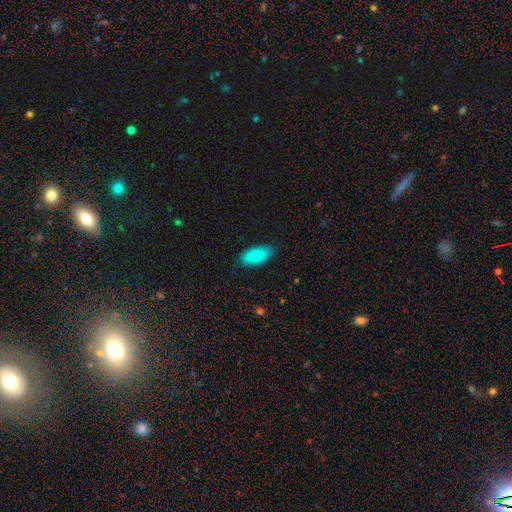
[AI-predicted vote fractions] Q: Smooth or featured?
A: smooth (84%); runner-up: featured or disk (10%)
Q: How rounded?
A: in between (91%); runner-up: cigar-shaped (7%)
Q: Merging?
A: none (85%); runner-up: minor disturbance (12%)